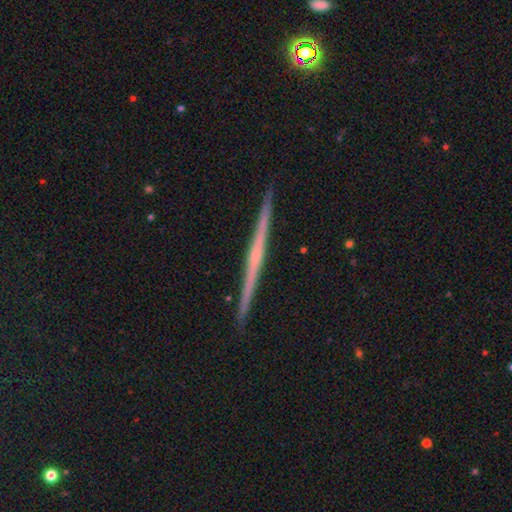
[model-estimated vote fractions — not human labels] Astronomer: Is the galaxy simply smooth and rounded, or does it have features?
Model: featured or disk — 75%.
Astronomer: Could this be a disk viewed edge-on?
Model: yes — 99%.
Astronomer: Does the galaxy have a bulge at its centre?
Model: none — 63%.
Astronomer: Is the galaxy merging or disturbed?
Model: none — 93%.